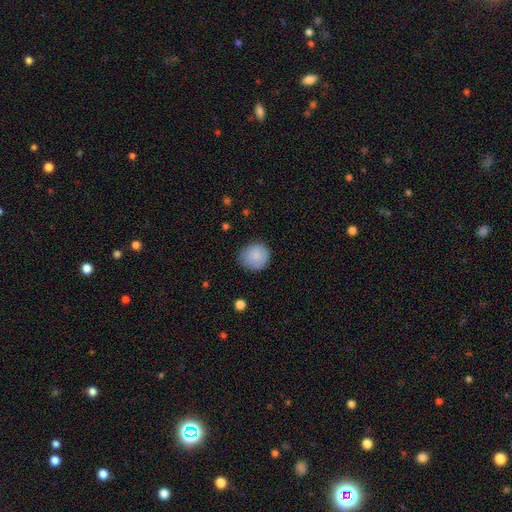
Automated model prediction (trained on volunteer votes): smooth-or-featured: smooth: 85% | featured or disk: 8% | star or artifact: 7%
  how-rounded: round: 86% | in between: 13% | cigar-shaped: 1%
  merging: none: 77% | minor disturbance: 18% | major disturbance: 4% | merger: 1%